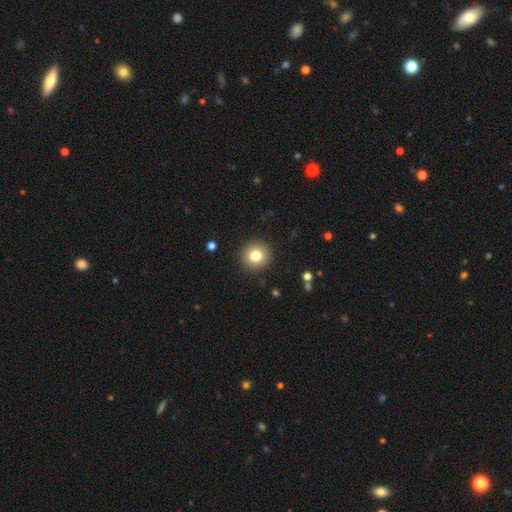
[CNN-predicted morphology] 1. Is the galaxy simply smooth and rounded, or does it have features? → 80% smooth, 10% star or artifact, 10% featured or disk.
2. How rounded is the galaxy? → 95% round, 4% in between, 1% cigar-shaped.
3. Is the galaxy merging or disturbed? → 92% none, 5% minor disturbance, 2% major disturbance, 1% merger.